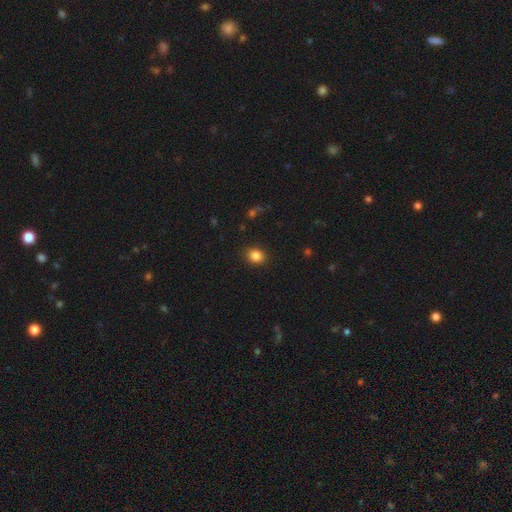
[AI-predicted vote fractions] Smooth or featured? smooth (85%)
How rounded? round (63%)
Merging? none (89%)